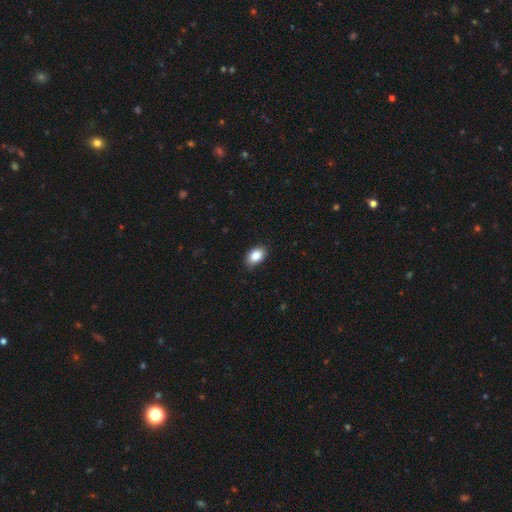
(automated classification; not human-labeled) A smooth galaxy with no disk features (86%) that is in between round and cigar-shaped (87%). Merging: none (83%).